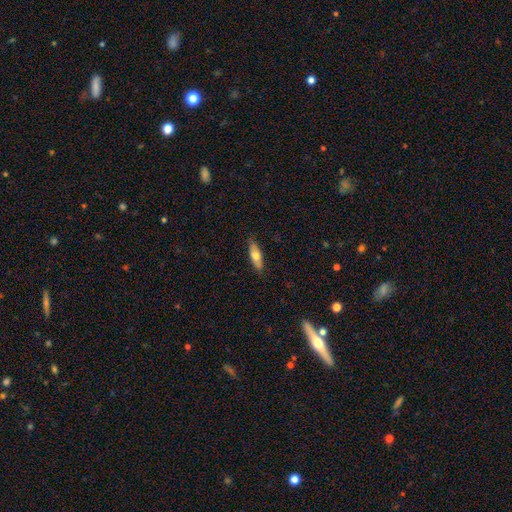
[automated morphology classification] A smooth galaxy with no disk features (63%) that is in between round and cigar-shaped (56%). Merging: none (83%).